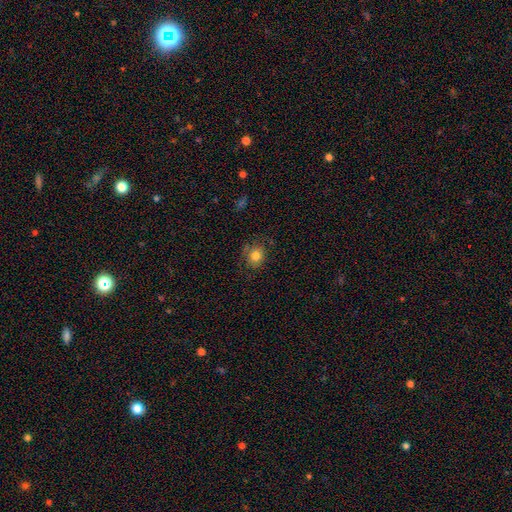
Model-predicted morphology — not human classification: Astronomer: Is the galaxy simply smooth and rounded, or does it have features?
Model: smooth — 81%.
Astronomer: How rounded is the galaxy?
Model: round — 75%.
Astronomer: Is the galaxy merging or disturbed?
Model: none — 77%.